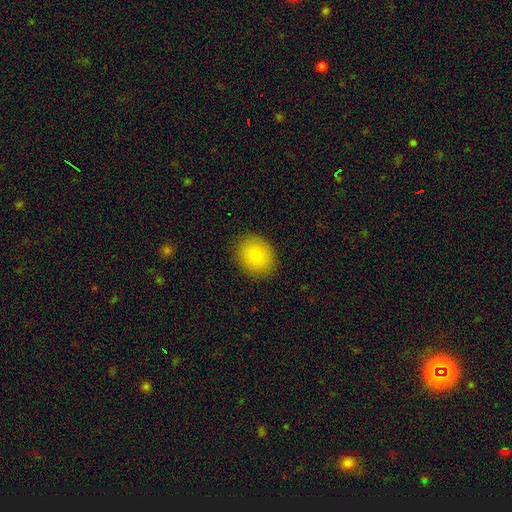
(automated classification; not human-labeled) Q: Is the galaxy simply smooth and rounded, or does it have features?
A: smooth — 83%.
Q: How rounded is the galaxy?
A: round — 58%.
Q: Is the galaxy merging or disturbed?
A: none — 88%.